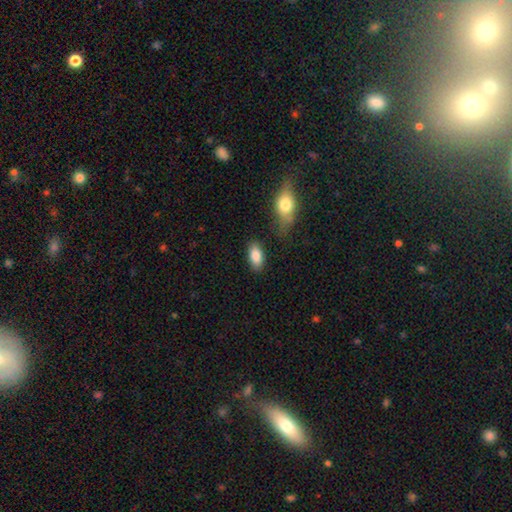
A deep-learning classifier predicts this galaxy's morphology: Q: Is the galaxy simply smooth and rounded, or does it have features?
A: smooth — 86%.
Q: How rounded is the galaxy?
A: in between — 91%.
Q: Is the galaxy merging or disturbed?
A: none — 82%.